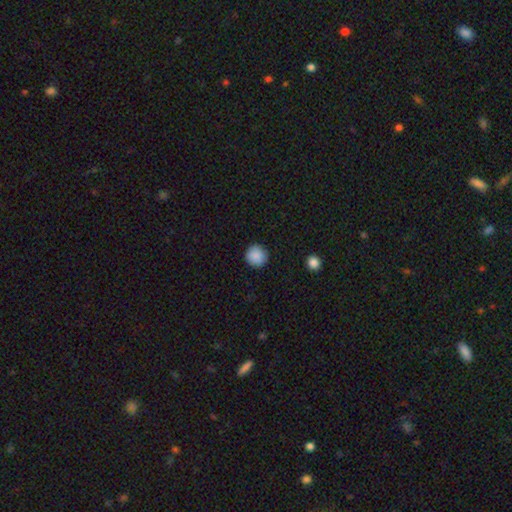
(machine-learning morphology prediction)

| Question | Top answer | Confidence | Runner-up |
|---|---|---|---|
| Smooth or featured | smooth | 89% | star or artifact (8%) |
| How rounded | round | 94% | in between (5%) |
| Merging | none | 90% | minor disturbance (7%) |